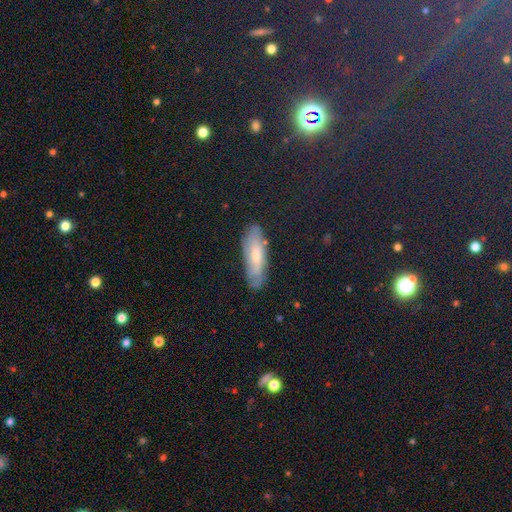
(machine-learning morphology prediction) This appears to be a smooth galaxy with no disk features (41%). Merging: none (80%).